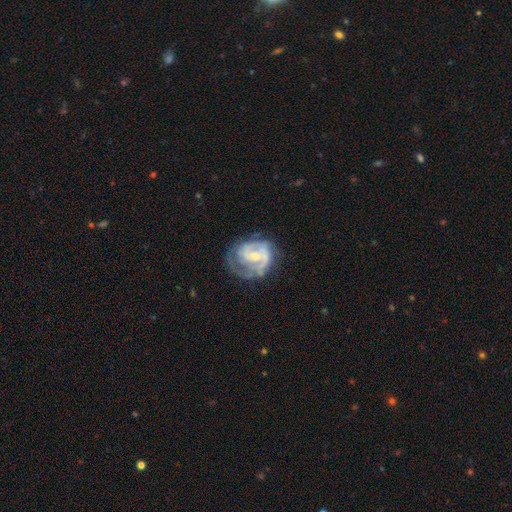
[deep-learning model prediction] The model was most divided on "bar": no: 48%, weak: 43%, strong: 9%. More confident: edge-on disk — no (98%); spiral arms — yes (91%); smooth or featured — featured or disk (82%); bulge size — small (58%); merging — none (55%); spiral arm count — 2 (50%); spiral winding — tight (50%).